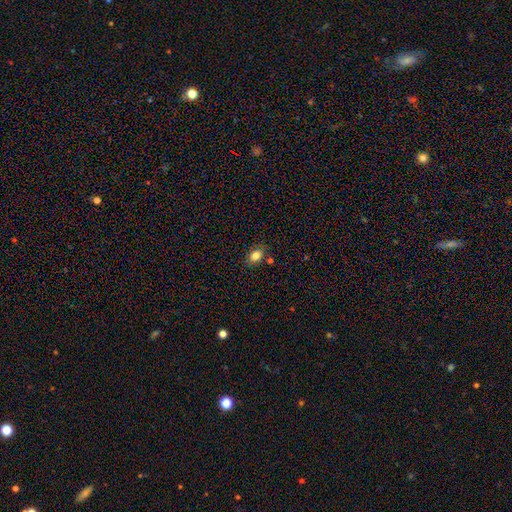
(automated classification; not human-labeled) Morphology: type=smooth (81%); roundness=in between (74%); merging=none (79%).